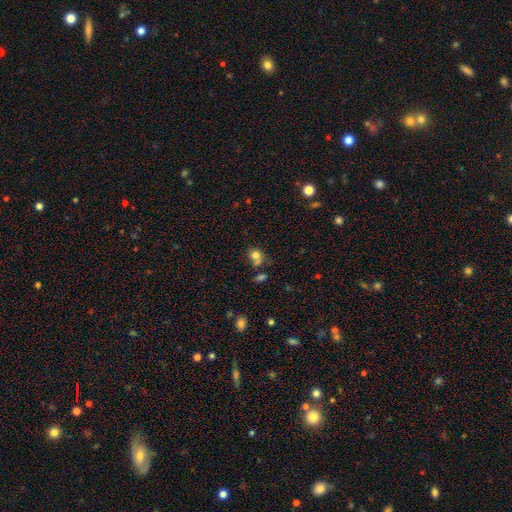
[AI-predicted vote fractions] This appears to be a smooth galaxy with no disk features (77%) that is round (69%). Merging: none (47%).